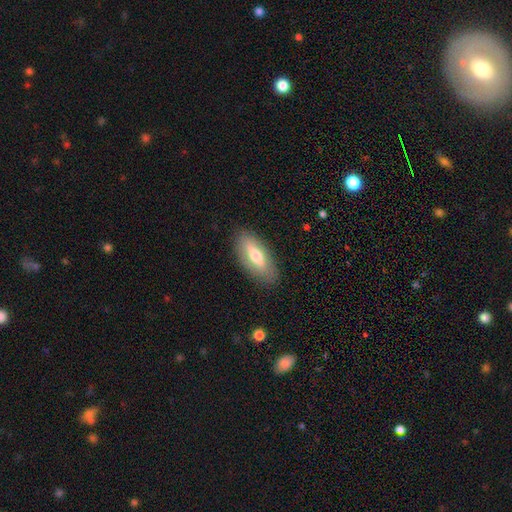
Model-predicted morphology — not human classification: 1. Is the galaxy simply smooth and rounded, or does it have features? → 62% smooth, 32% featured or disk, 6% star or artifact.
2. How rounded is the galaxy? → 74% in between, 23% cigar-shaped, 3% round.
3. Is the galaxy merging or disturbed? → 85% none, 11% minor disturbance, 3% major disturbance, 1% merger.